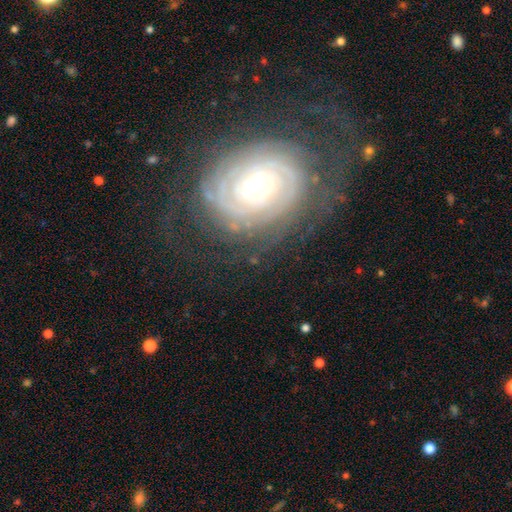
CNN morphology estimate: This appears to be a featured or disk galaxy (84%) with no bar (72%), tight (82%) spiral arms (95%) and a small central bulge (54%). Merging: none (70%).